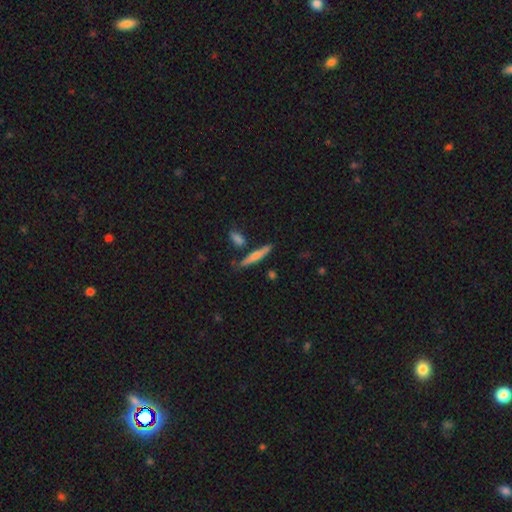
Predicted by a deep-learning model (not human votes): Smooth or featured?
  - smooth: 57% *
  - featured or disk: 36%
  - star or artifact: 6%
How rounded?
  - cigar-shaped: 90% *
  - in between: 8%
  - round: 2%
Merging?
  - none: 79% *
  - minor disturbance: 11%
  - merger: 7%
  - major disturbance: 3%